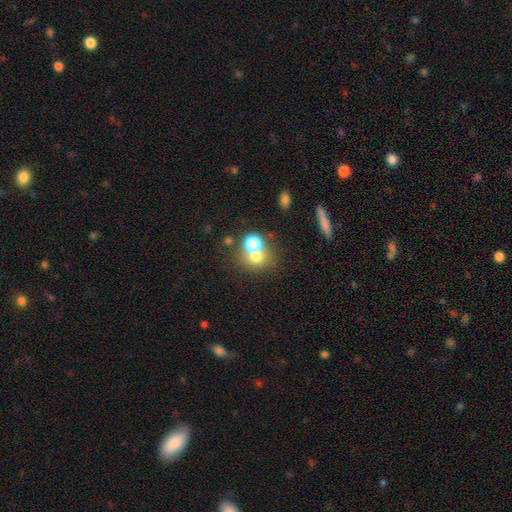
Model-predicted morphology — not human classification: A smooth galaxy with no disk features (68%) that is round (78%).

Vote fractions:
- Smooth or featured? smooth: 68% / star or artifact: 17% / featured or disk: 16%
- How rounded? round: 78% / in between: 21% / cigar-shaped: 1%
- Merging? merger: 47% / none: 42% / minor disturbance: 7% / major disturbance: 5%